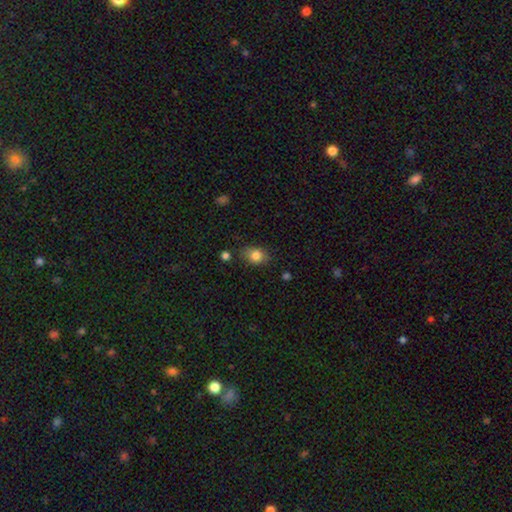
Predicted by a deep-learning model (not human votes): A smooth galaxy with no disk features (83%) that is in between round and cigar-shaped (57%).

Vote fractions:
- Smooth or featured? smooth: 83% / star or artifact: 10% / featured or disk: 8%
- How rounded? in between: 57% / round: 42% / cigar-shaped: 1%
- Merging? none: 78% / minor disturbance: 16% / major disturbance: 4% / merger: 3%